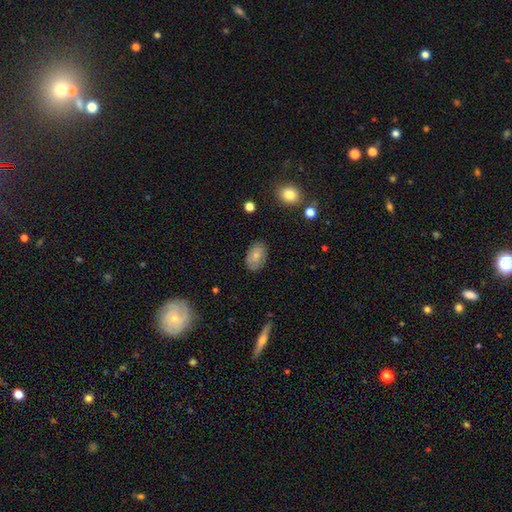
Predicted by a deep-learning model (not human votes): A smooth galaxy with no disk features (76%) that is in between round and cigar-shaped (88%). Merging: none (82%).